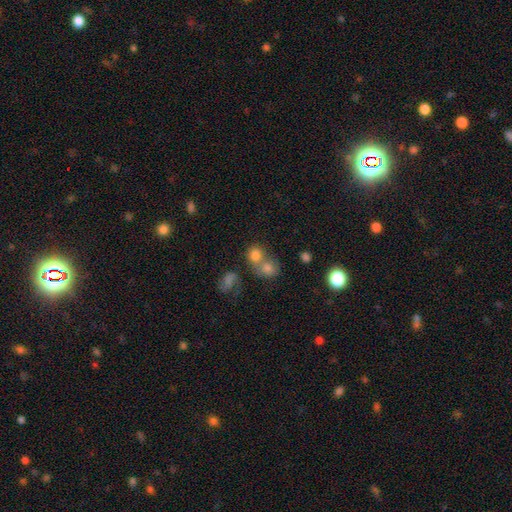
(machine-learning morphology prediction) Smooth or featured: smooth — 77% (featured or disk — 12%)
How rounded: round — 75% (in between — 24%)
Merging: merger — 53% (none — 35%)